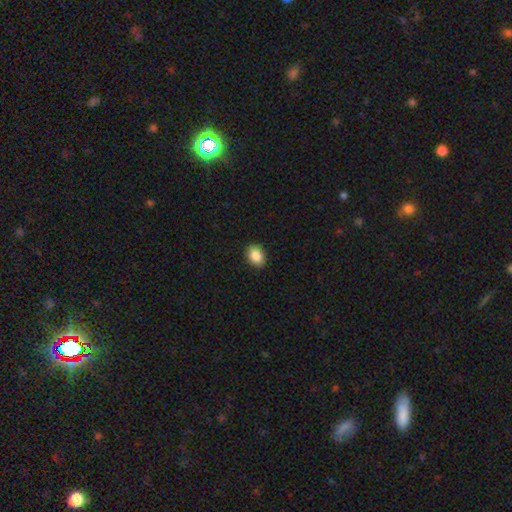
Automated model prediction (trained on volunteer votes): Smooth or featured? smooth (88%)
How rounded? in between (71%)
Merging? none (90%)